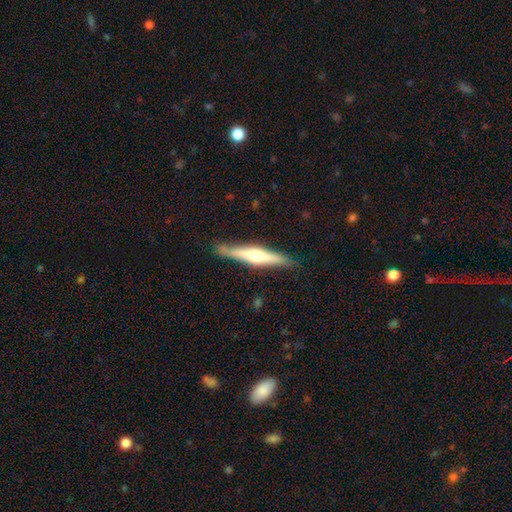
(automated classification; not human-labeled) featured or disk 62%, smooth 33%, star or artifact 5%. Down the decision tree: edge-on disk — yes (96%); edge-on bulge — rounded (86%); merging — none (84%).